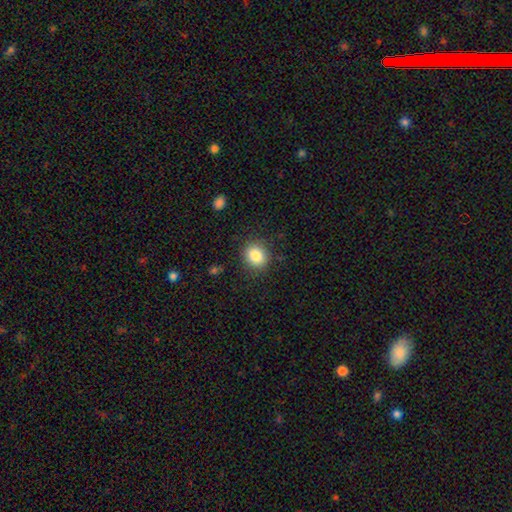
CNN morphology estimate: This appears to be a smooth galaxy with no disk features (85%) that is round (73%). Merging: none (87%).